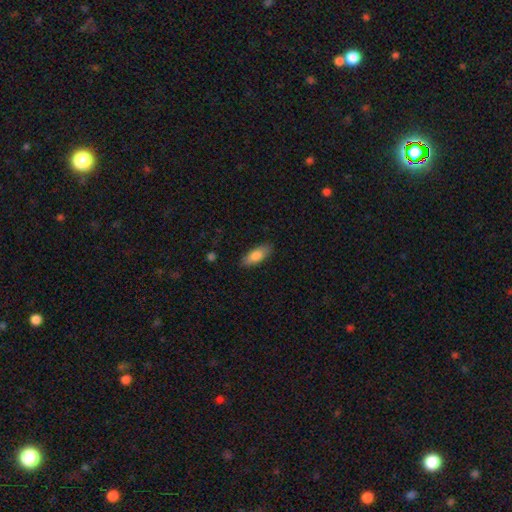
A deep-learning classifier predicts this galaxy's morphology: A smooth galaxy with no disk features (81%) that is in between round and cigar-shaped (79%).

Vote fractions:
- Smooth or featured? smooth: 81% / featured or disk: 13% / star or artifact: 6%
- How rounded? in between: 79% / cigar-shaped: 19% / round: 2%
- Merging? none: 87% / minor disturbance: 10% / major disturbance: 2% / merger: 1%